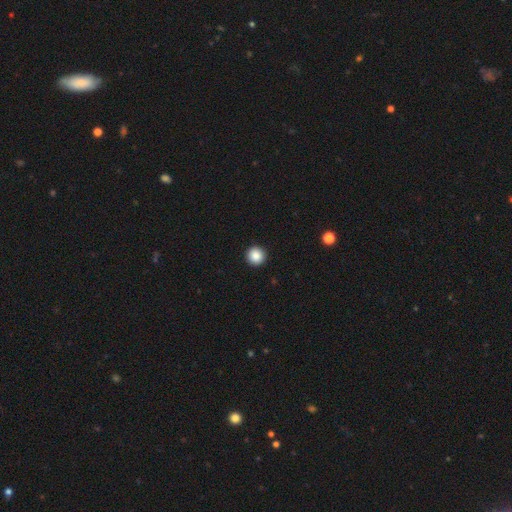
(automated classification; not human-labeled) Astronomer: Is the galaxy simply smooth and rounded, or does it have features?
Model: smooth — 87%.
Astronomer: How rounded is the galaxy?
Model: round — 96%.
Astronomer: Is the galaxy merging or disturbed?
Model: none — 94%.